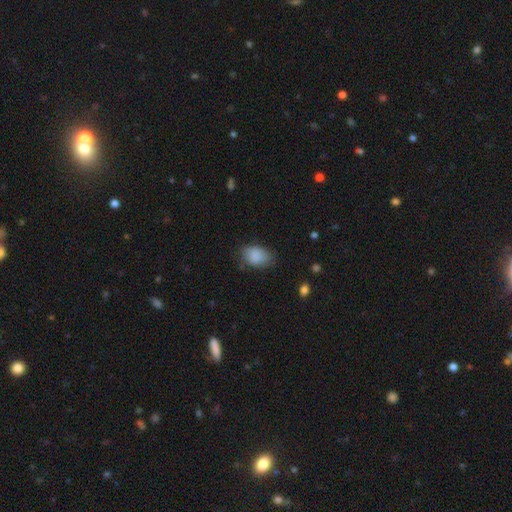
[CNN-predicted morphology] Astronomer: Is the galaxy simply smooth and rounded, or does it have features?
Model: smooth — 87%.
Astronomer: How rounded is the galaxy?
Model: in between — 81%.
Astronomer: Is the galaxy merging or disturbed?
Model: none — 69%.